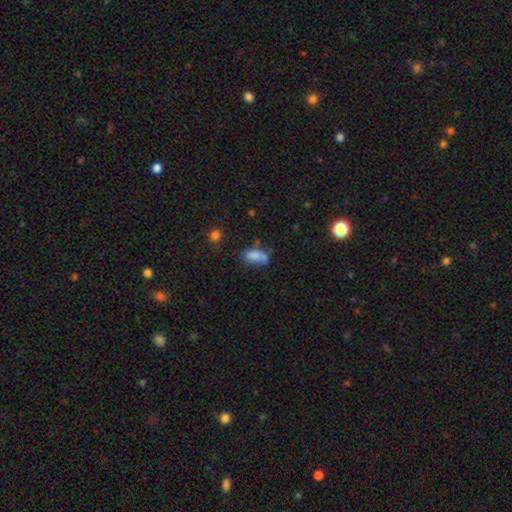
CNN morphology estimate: smooth 75%, featured or disk 14%, star or artifact 12%. Down the decision tree: how rounded — in between (86%); merging — none (37%).